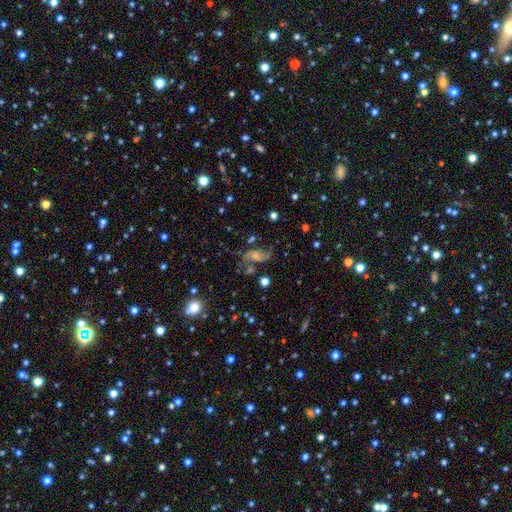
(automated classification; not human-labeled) smooth_or_featured: featured or disk (p=0.60) [alt: smooth p=0.26]
disk_edge_on: no (p=0.95) [alt: yes p=0.05]
bar: no (p=0.60) [alt: weak p=0.33]
has_spiral_arms: yes (p=0.85) [alt: no p=0.15]
bulge_size: small (p=0.38) [alt: moderate p=0.35]
merging: none (p=0.50) [alt: minor disturbance p=0.22]